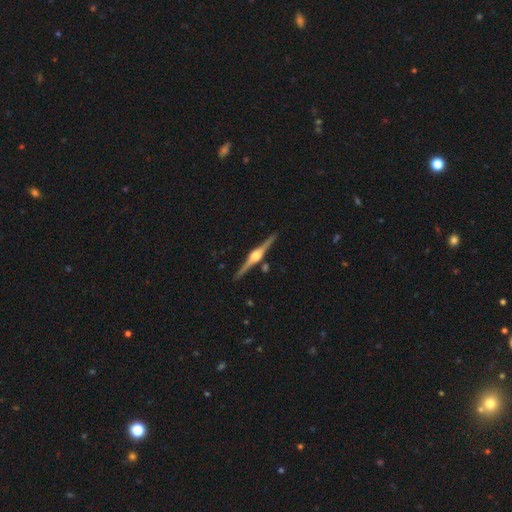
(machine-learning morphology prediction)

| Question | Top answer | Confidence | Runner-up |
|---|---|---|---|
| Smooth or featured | featured or disk | 89% | smooth (6%) |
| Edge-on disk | yes | 99% | no (1%) |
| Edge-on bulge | rounded | 94% | boxy (5%) |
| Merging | none | 90% | minor disturbance (6%) |